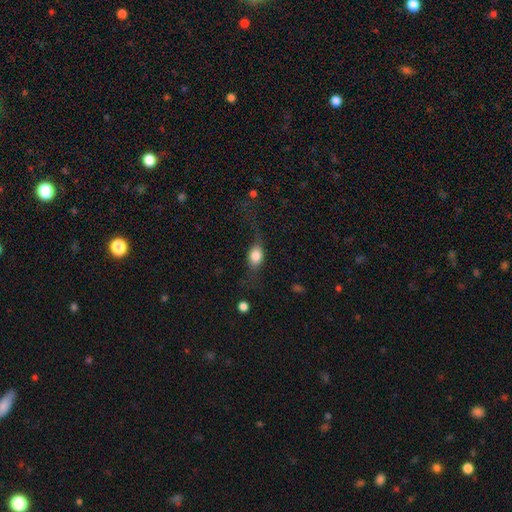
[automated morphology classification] Q: Smooth or featured?
A: smooth (69%); runner-up: featured or disk (23%)
Q: How rounded?
A: in between (66%); runner-up: round (29%)
Q: Merging?
A: none (43%); runner-up: major disturbance (31%)